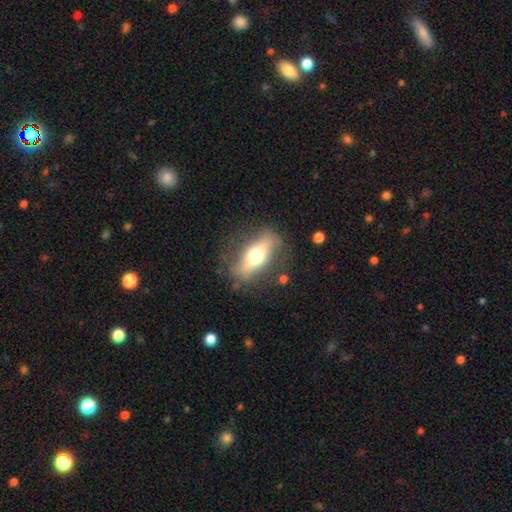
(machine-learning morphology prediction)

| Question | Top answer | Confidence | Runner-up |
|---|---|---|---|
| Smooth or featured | featured or disk | 48% | smooth (45%) |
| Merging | none | 75% | minor disturbance (15%) |